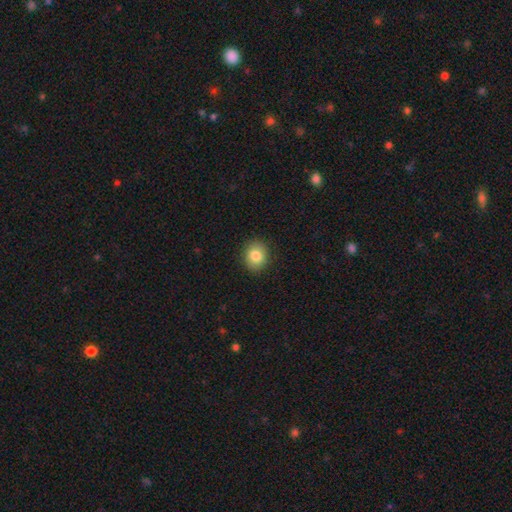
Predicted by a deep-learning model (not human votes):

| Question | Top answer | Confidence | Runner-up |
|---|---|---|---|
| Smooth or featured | smooth | 83% | star or artifact (9%) |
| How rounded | round | 68% | in between (31%) |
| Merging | none | 89% | minor disturbance (8%) |